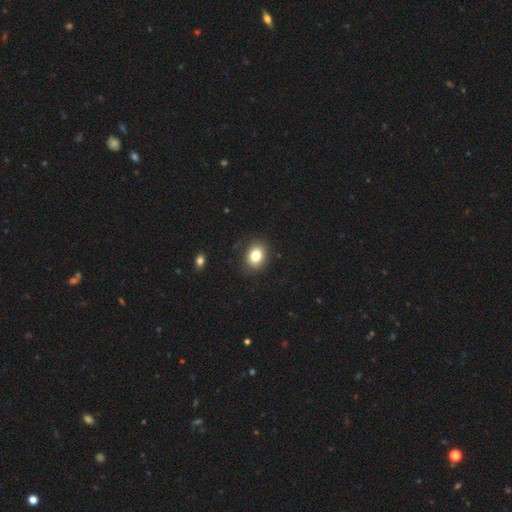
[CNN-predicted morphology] Smooth or featured?
  - smooth: 80% *
  - star or artifact: 10%
  - featured or disk: 10%
How rounded?
  - in between: 51% *
  - round: 48%
  - cigar-shaped: 1%
Merging?
  - none: 86% *
  - minor disturbance: 10%
  - major disturbance: 3%
  - merger: 1%